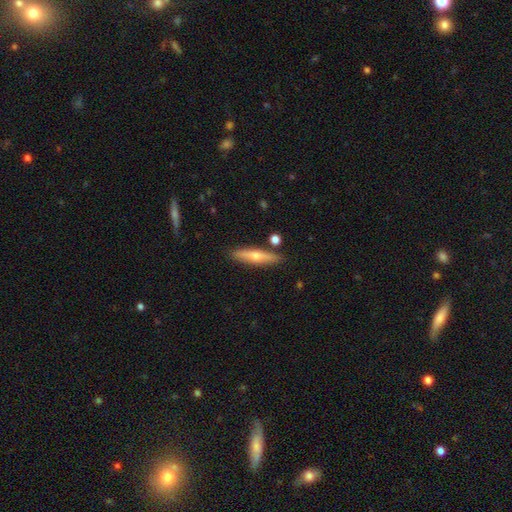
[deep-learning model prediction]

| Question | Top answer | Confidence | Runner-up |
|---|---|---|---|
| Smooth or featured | featured or disk | 51% | smooth (43%) |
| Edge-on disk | yes | 92% | no (8%) |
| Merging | none | 86% | minor disturbance (8%) |